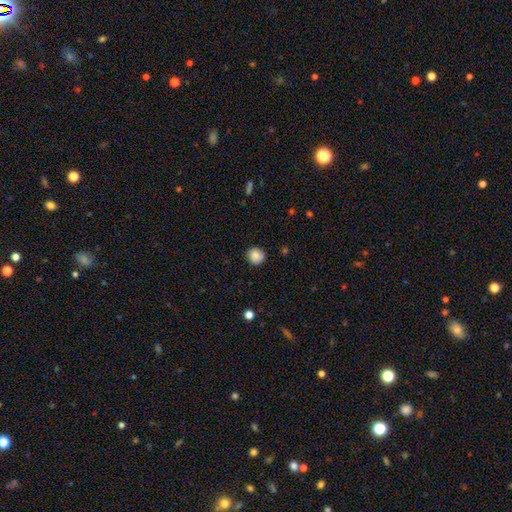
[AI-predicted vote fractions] Smooth or featured? smooth (84%)
How rounded? round (88%)
Merging? none (85%)